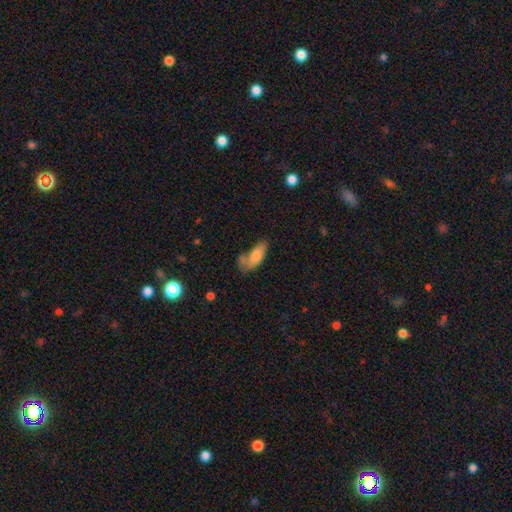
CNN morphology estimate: Smooth or featured: smooth — 74% (featured or disk — 18%)
How rounded: in between — 81% (cigar-shaped — 16%)
Merging: none — 35% (minor disturbance — 27%)